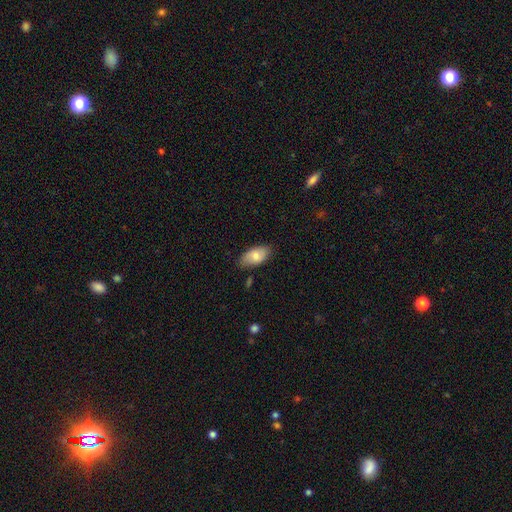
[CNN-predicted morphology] type=smooth (80%); roundness=in between (93%); merging=none (80%).